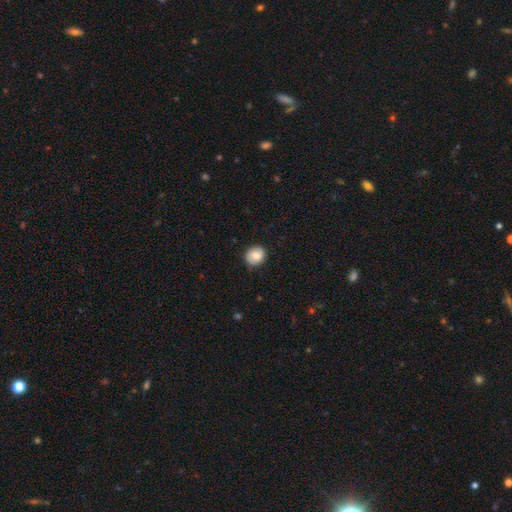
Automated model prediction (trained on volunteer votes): Smooth or featured? smooth (80%)
How rounded? round (74%)
Merging? none (84%)